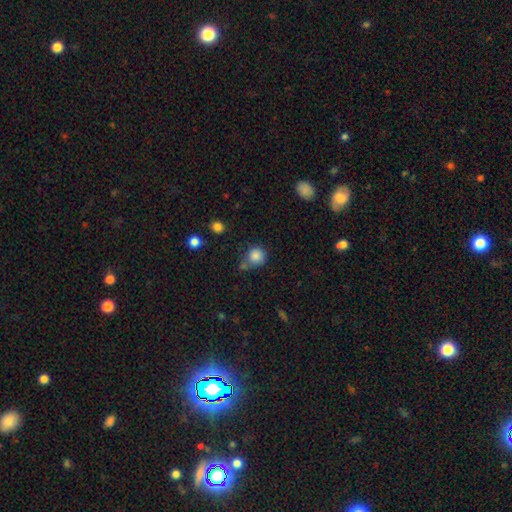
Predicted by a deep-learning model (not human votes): Smooth or featured?
  - smooth: 85% *
  - star or artifact: 10%
  - featured or disk: 5%
How rounded?
  - round: 90% *
  - in between: 9%
  - cigar-shaped: 1%
Merging?
  - none: 64% *
  - minor disturbance: 16%
  - merger: 16%
  - major disturbance: 5%